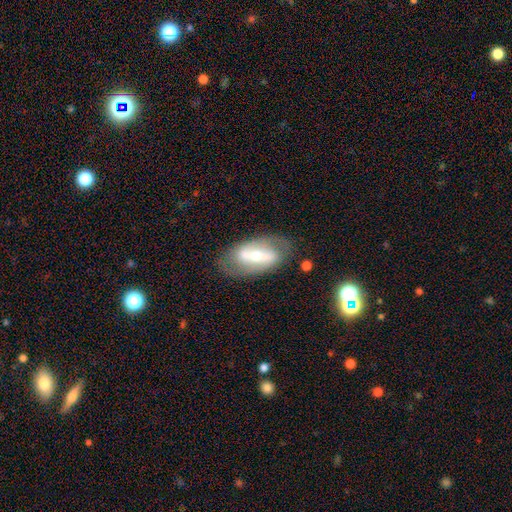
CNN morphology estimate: smooth-or-featured: featured or disk: 72% | smooth: 21% | star or artifact: 6%
  disk-edge-on: no: 90% | yes: 10%
    bar: strong: 64% | weak: 25% | no: 12%
    has-spiral-arms: yes: 69% | no: 31%
    bulge-size: moderate: 49% | small: 43% | large: 5% | none: 1% | dominant: 1%
  merging: none: 77% | minor disturbance: 15% | major disturbance: 6% | merger: 2%